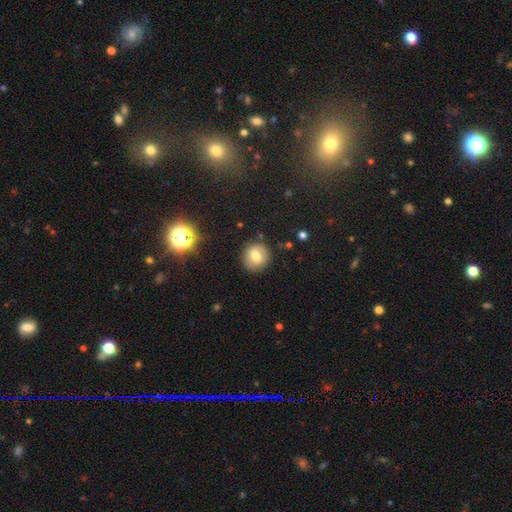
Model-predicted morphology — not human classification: smooth 60%, featured or disk 27%, star or artifact 13%. Down the decision tree: how rounded — round (81%); merging — none (84%).